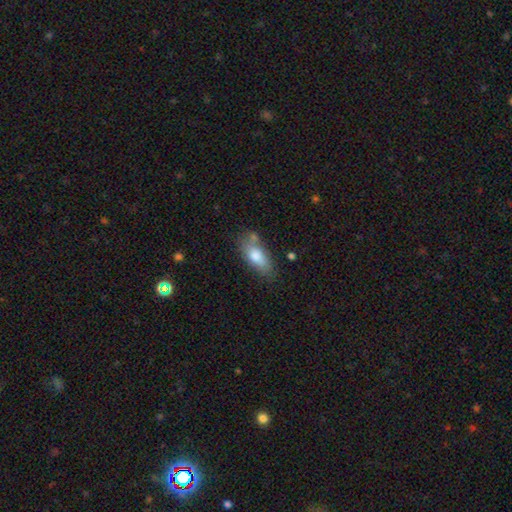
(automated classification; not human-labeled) Smooth or featured? Predicted: smooth (p=0.77). How rounded? Predicted: in between (p=0.82). Merging? Predicted: none (p=0.58).